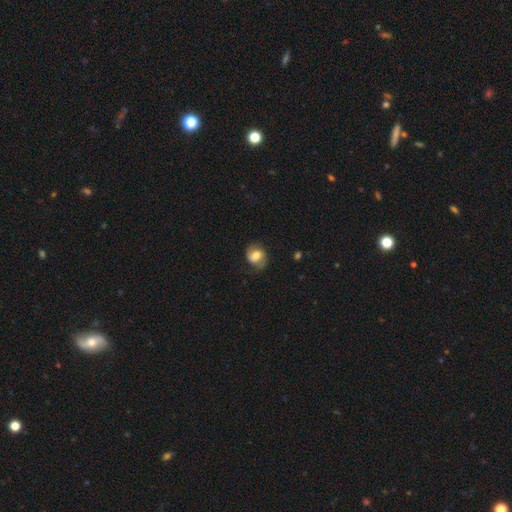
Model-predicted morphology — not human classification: smooth-or-featured: smooth: 57% | featured or disk: 35% | star or artifact: 8%
  how-rounded: round: 55% | in between: 43% | cigar-shaped: 1%
  merging: none: 70% | minor disturbance: 20% | major disturbance: 9% | merger: 1%